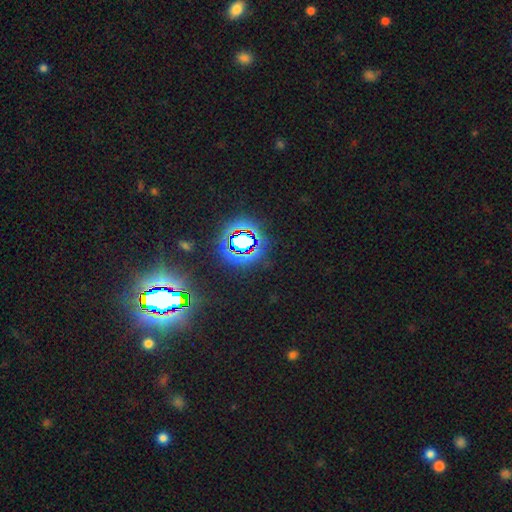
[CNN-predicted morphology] type=star or artifact (80%).